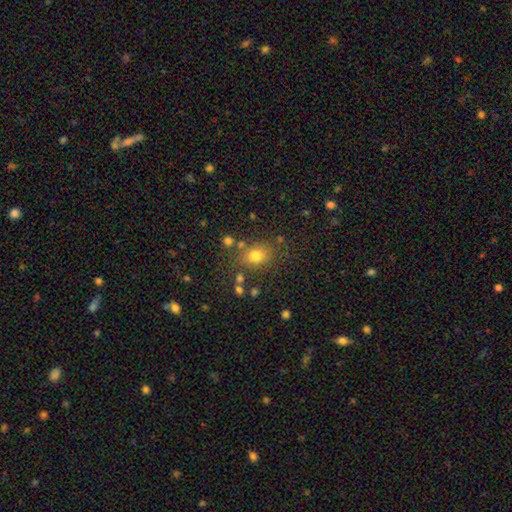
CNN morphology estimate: The model was most divided on "how rounded": in between: 50%, round: 49%, cigar-shaped: 1%. More confident: smooth or featured — smooth (76%); merging — none (75%).